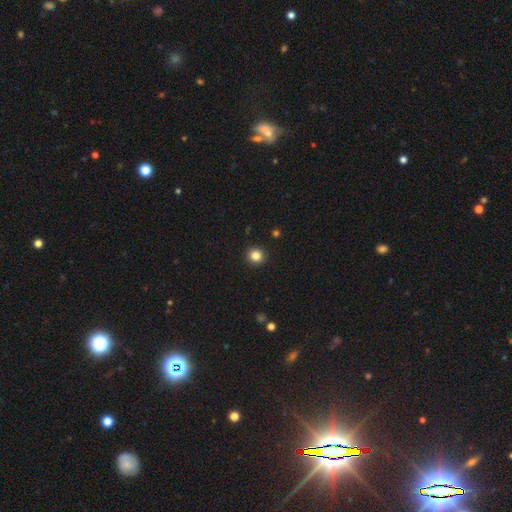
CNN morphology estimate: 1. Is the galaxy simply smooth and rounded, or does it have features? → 84% smooth, 12% star or artifact, 5% featured or disk.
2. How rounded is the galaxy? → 93% round, 6% in between, 1% cigar-shaped.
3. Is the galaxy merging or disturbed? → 93% none, 4% minor disturbance, 1% major disturbance, 1% merger.